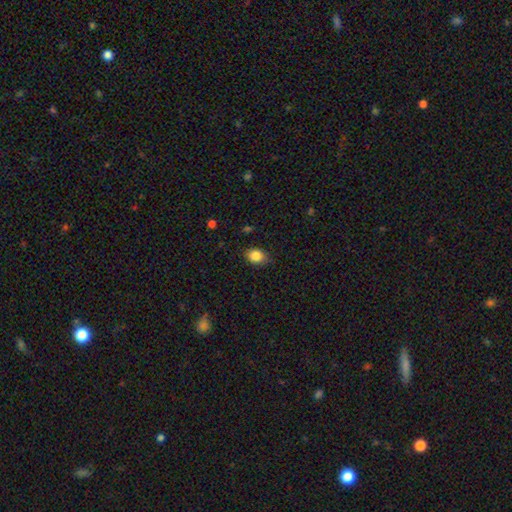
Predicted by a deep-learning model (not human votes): smooth_or_featured: smooth (p=0.86) [alt: star or artifact p=0.09]
how_rounded: in between (p=0.62) [alt: round p=0.37]
merging: none (p=0.81) [alt: minor disturbance p=0.15]